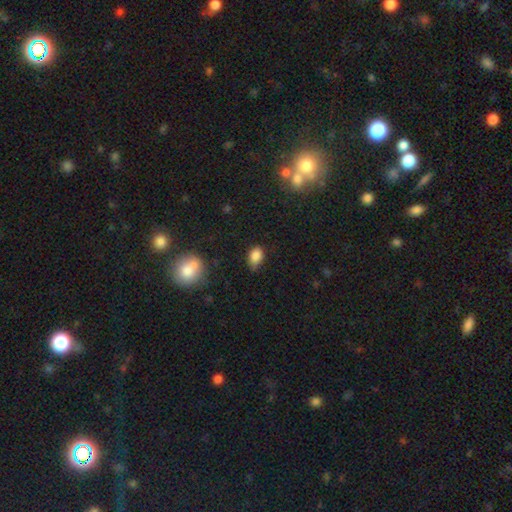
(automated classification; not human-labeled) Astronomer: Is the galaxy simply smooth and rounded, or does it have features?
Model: smooth — 84%.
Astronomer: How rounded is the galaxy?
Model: in between — 85%.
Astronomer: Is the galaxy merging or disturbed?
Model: none — 64%.